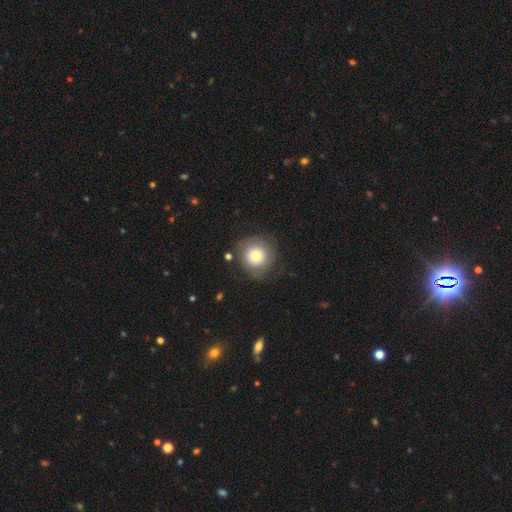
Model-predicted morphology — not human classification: Smooth or featured? smooth (73%)
How rounded? round (93%)
Merging? none (75%)